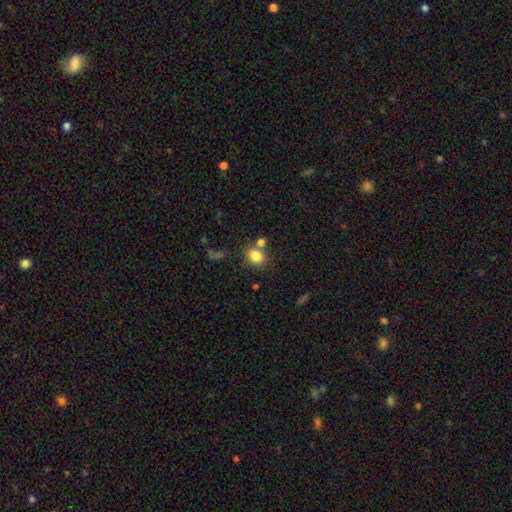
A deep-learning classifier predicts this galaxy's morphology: The model was most divided on "how rounded": round: 58%, in between: 41%, cigar-shaped: 1%. More confident: smooth or featured — smooth (82%); merging — none (64%).